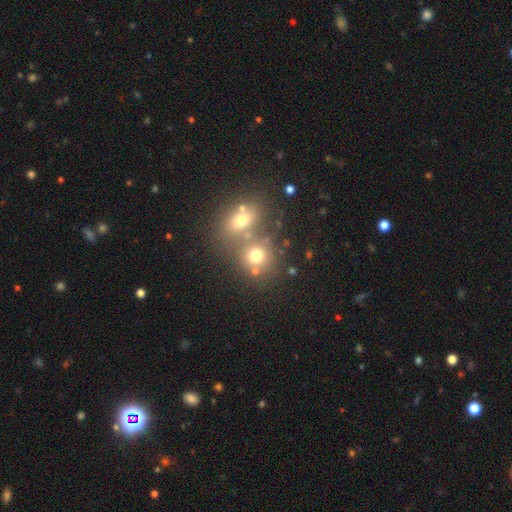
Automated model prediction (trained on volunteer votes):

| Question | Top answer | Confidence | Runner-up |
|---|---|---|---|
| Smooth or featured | smooth | 70% | star or artifact (17%) |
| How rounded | round | 76% | in between (22%) |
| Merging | none | 48% | merger (39%) |